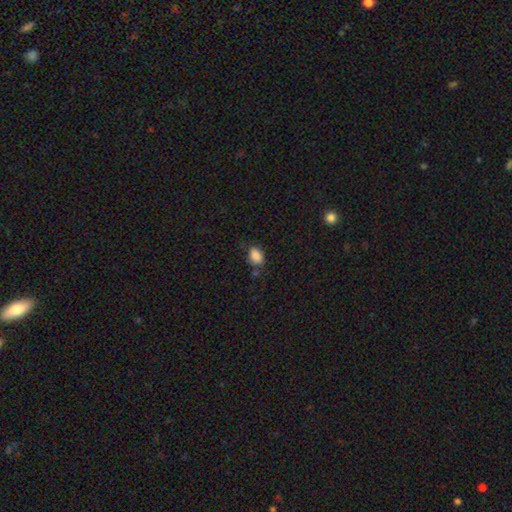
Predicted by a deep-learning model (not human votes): Smooth or featured? Predicted: smooth (p=0.86). How rounded? Predicted: in between (p=0.78). Merging? Predicted: none (p=0.69).